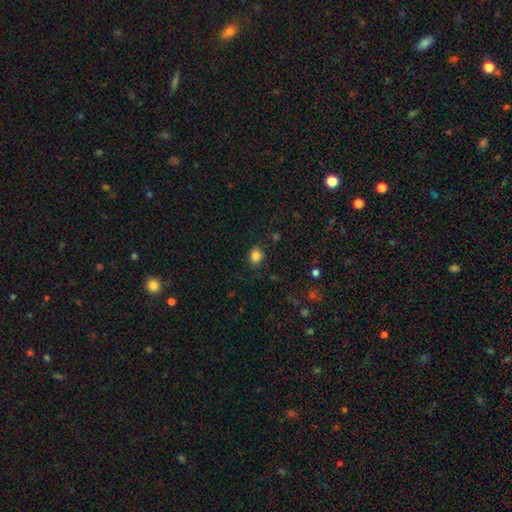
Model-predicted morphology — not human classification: Q: Smooth or featured?
A: smooth (84%); runner-up: star or artifact (11%)
Q: How rounded?
A: round (64%); runner-up: in between (35%)
Q: Merging?
A: none (84%); runner-up: minor disturbance (12%)